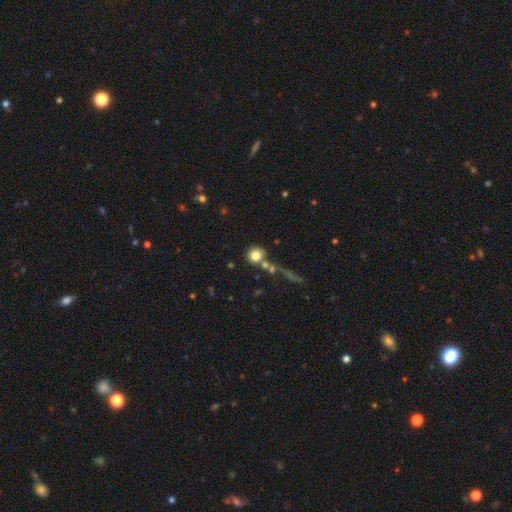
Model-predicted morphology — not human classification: smooth 81%, star or artifact 10%, featured or disk 9%. Down the decision tree: how rounded — round (86%); merging — none (63%).